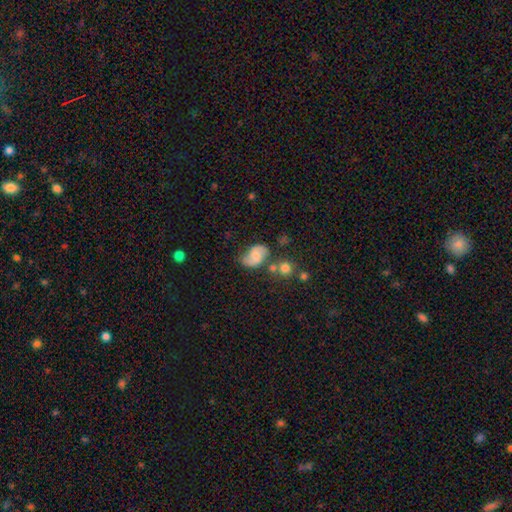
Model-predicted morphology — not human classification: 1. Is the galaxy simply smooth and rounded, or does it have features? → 56% featured or disk, 35% smooth, 9% star or artifact.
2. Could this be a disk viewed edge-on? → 97% no, 3% yes.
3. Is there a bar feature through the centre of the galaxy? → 52% no, 40% weak, 8% strong.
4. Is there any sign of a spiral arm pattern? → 89% yes, 11% no.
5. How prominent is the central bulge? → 38% moderate, 36% small, 18% none, 6% large, 2% dominant.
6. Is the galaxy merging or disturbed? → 56% none, 24% minor disturbance, 10% merger, 9% major disturbance.